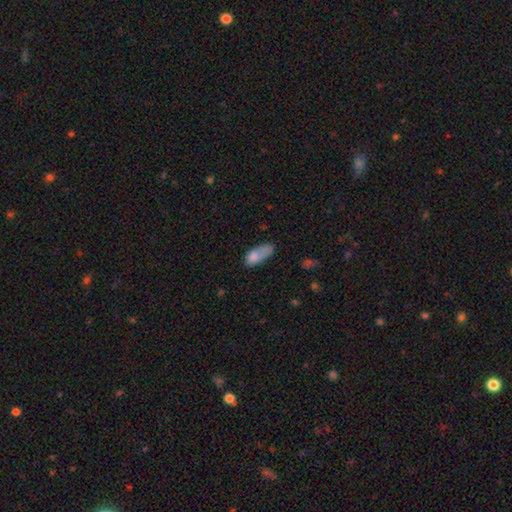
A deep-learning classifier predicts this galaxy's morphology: The model was most divided on "merging" (2-way tie): none: 33%, minor disturbance: 33%, major disturbance: 24%, merger: 10%. More confident: how rounded — in between (84%); smooth or featured — smooth (77%).